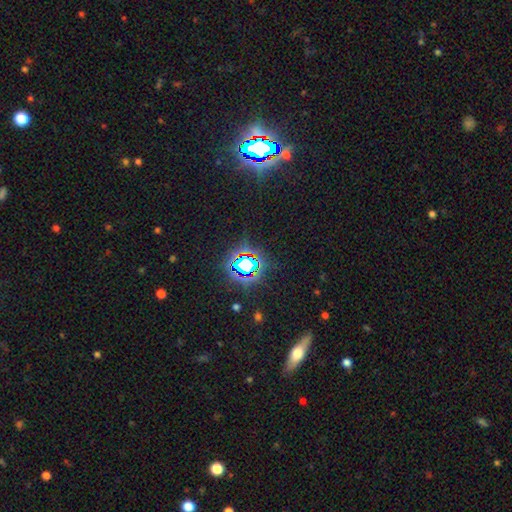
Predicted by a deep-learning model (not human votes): Morphology: type=star or artifact (77%).